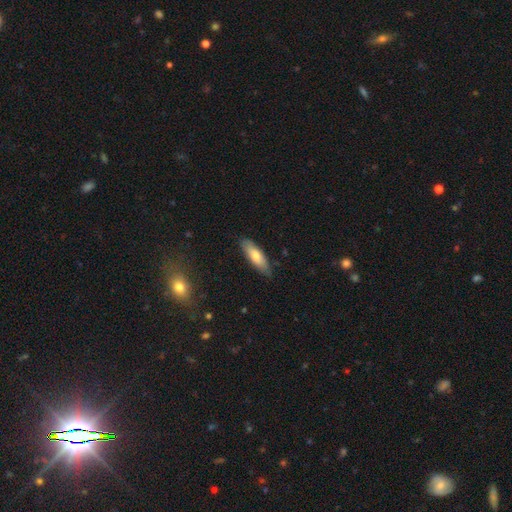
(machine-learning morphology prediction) smooth_or_featured: smooth (p=0.72) [alt: featured or disk p=0.22]
how_rounded: in between (p=0.49) [tied with: cigar-shaped p=0.49]
merging: none (p=0.83) [alt: minor disturbance p=0.13]